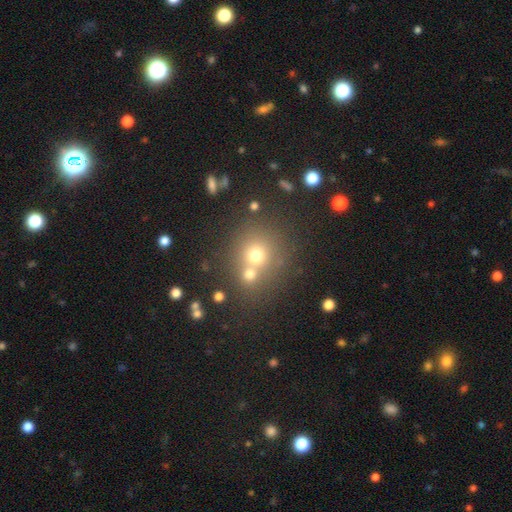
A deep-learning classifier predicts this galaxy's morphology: A smooth galaxy with no disk features (67%) that is round (86%). Merging: none (53%).